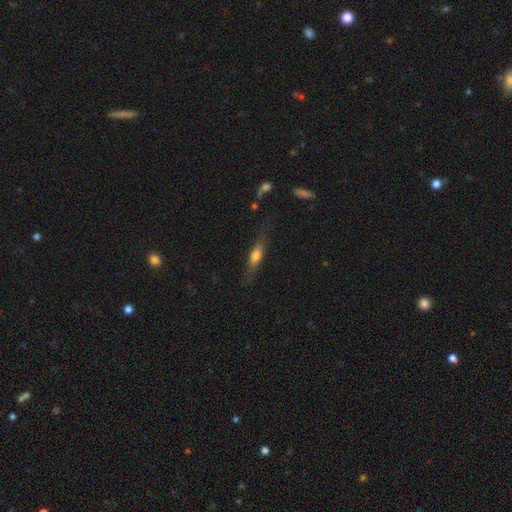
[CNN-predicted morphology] smooth 56%, featured or disk 36%, star or artifact 8%. Down the decision tree: how rounded — cigar-shaped (64%); merging — none (76%).